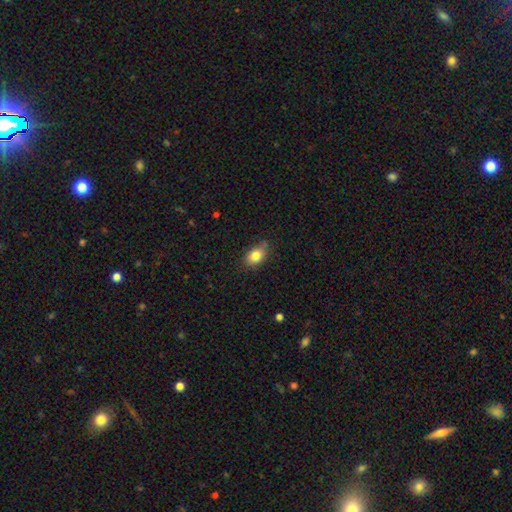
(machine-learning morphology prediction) Smooth or featured: smooth — 82% (featured or disk — 10%)
How rounded: in between — 82% (round — 16%)
Merging: none — 67% (minor disturbance — 26%)